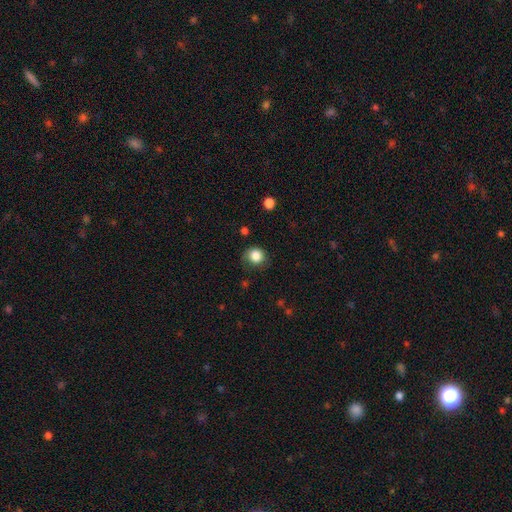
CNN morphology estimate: Smooth or featured? smooth (85%)
How rounded? round (84%)
Merging? none (70%)